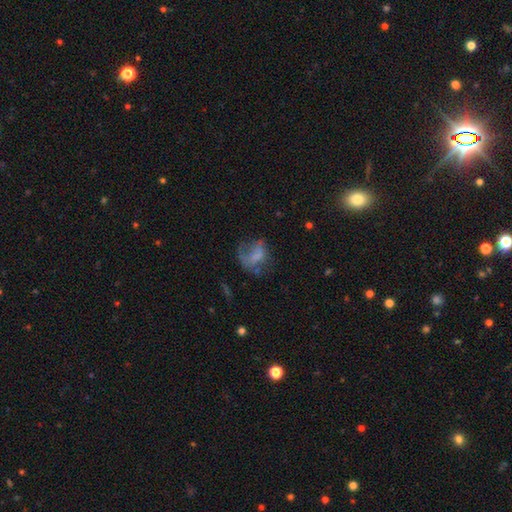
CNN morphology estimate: Smooth or featured: smooth — 51% (featured or disk — 35%)
How rounded: in between — 61% (round — 37%)
Merging: major disturbance — 46% (none — 27%)